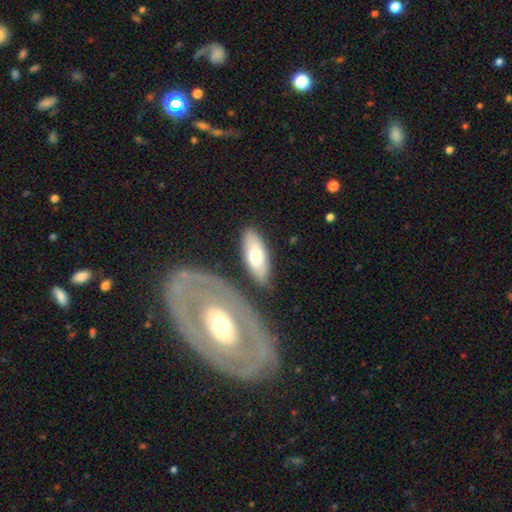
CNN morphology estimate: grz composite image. It shows a smooth galaxy with no disk features (61%) that is in between round and cigar-shaped (72%). Merging: none (76%).